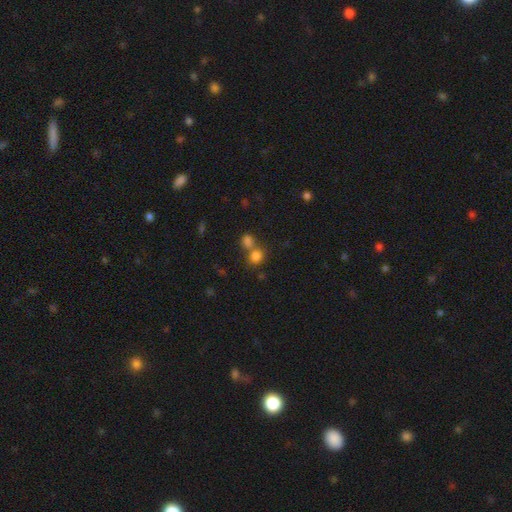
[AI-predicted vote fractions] Smooth or featured? Predicted: smooth (p=0.79). How rounded? Predicted: round (p=0.77). Merging? Predicted: none (p=0.47).